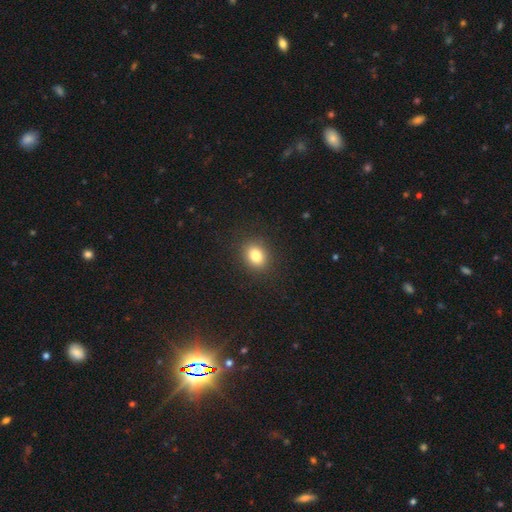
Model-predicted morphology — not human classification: This appears to be a smooth galaxy with no disk features (82%) that is in between round and cigar-shaped (50%). Merging: none (89%).